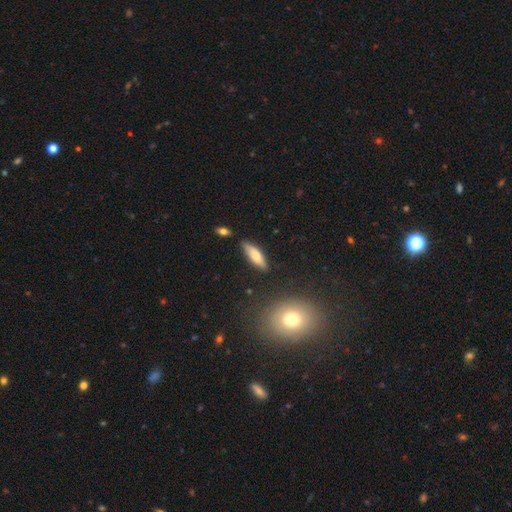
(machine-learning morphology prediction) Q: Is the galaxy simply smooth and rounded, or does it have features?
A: smooth — 68%.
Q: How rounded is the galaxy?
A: cigar-shaped — 54%.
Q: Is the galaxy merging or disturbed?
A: none — 84%.